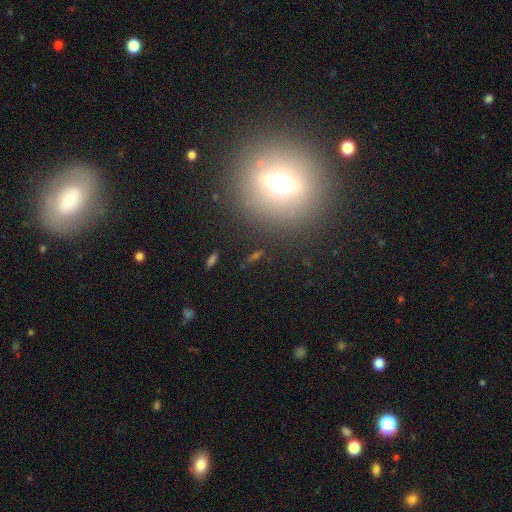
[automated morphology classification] Smooth or featured? Predicted: smooth (p=0.36). Merging? Predicted: none (p=0.83).